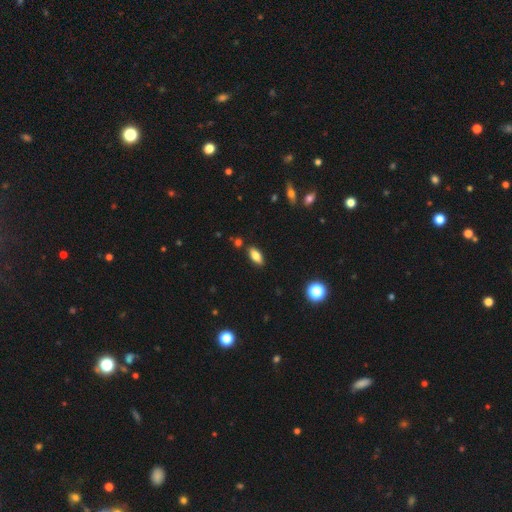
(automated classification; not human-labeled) smooth_or_featured: smooth (p=0.81) [alt: featured or disk p=0.11]
how_rounded: in between (p=0.86) [alt: cigar-shaped p=0.11]
merging: none (p=0.86) [alt: minor disturbance p=0.09]